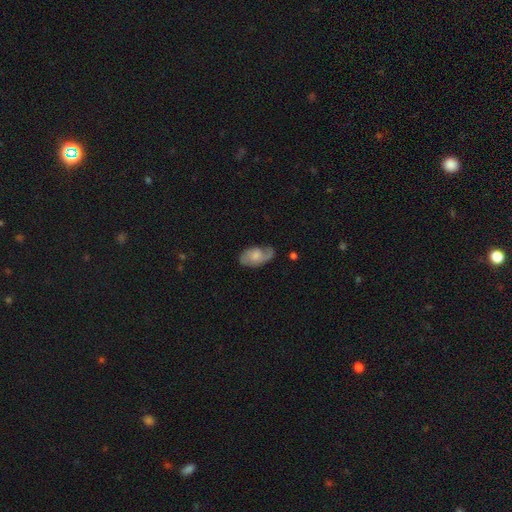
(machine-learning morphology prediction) A featured or disk galaxy (57%) with no bar (68%), spiral arms (86%) and a moderate central bulge (43%).

Vote fractions:
- Smooth or featured? featured or disk: 57% / smooth: 36% / star or artifact: 7%
- Edge-on disk? no: 94% / yes: 6%
- Bar? no: 68% / weak: 29% / strong: 4%
- Spiral arms? yes: 86% / no: 14%
- Bulge size? moderate: 43% / small: 32% / none: 13% / large: 11% / dominant: 2%
- Merging? none: 60% / minor disturbance: 26% / major disturbance: 12% / merger: 2%